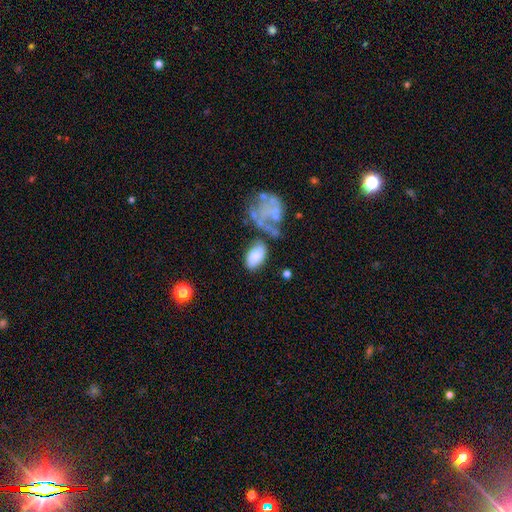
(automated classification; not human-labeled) Overall: smooth (77%). How rounded: in between (93%). Merging: none (47%; minor disturbance 23%).